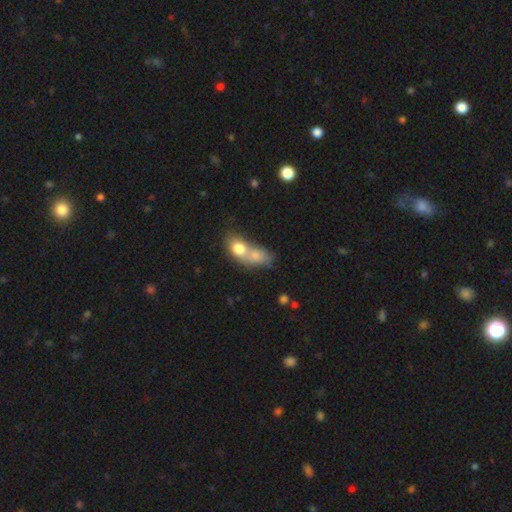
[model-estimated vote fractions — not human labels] Morphology: type=smooth (74%); roundness=in between (69%); merging=merger (72%).